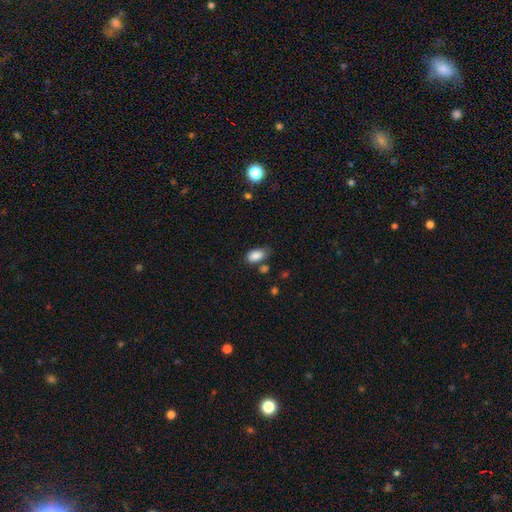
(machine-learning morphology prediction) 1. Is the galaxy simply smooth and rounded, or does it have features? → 86% smooth, 9% star or artifact, 5% featured or disk.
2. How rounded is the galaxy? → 91% in between, 7% round, 2% cigar-shaped.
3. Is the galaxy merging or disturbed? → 57% none, 28% minor disturbance, 8% merger, 7% major disturbance.